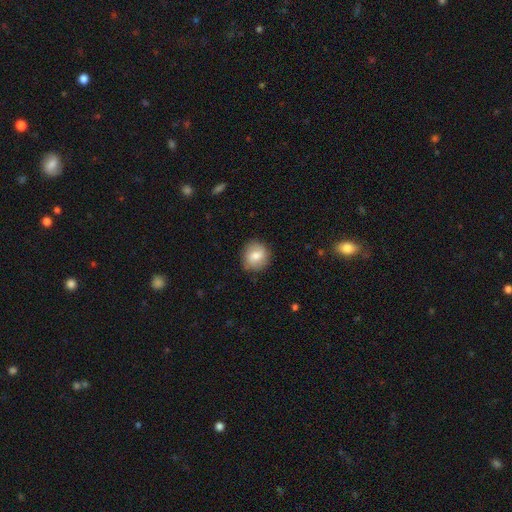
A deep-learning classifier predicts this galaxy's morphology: smooth 74%, featured or disk 18%, star or artifact 7%. Down the decision tree: how rounded — round (86%); merging — none (84%).